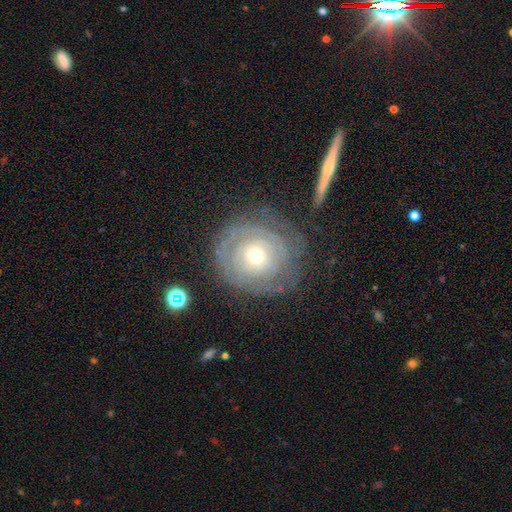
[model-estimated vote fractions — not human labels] Smooth or featured? Predicted: featured or disk (p=0.64). Edge-on disk? Predicted: no (p=0.96). Bar? Predicted: no (p=0.85). Spiral arms? Predicted: yes (p=0.63). Bulge size? Predicted: small (p=0.58). Merging? Predicted: none (p=0.70).